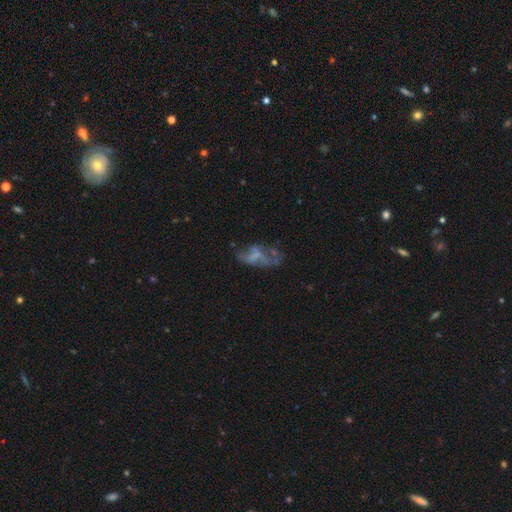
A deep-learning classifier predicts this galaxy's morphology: A featured or disk galaxy (50%). Merging: none (36%).